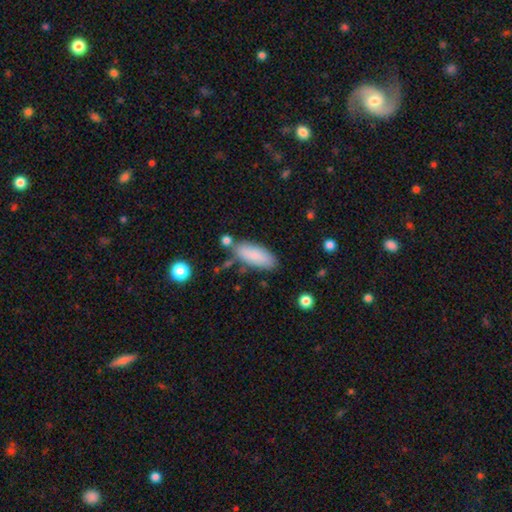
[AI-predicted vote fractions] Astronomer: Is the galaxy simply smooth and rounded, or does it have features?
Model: smooth — 84%.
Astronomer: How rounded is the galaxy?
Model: in between — 78%.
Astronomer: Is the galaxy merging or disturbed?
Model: none — 71%.